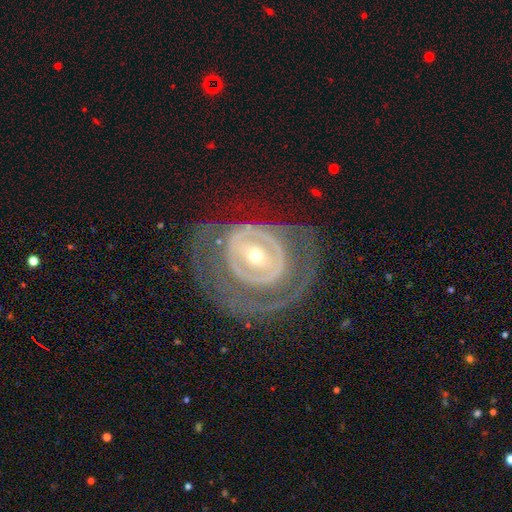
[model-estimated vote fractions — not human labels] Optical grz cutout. It shows a featured or disk galaxy (82%) with no bar (39%), spiral arms (63%) and a small central bulge (52%). Merging: none (60%).